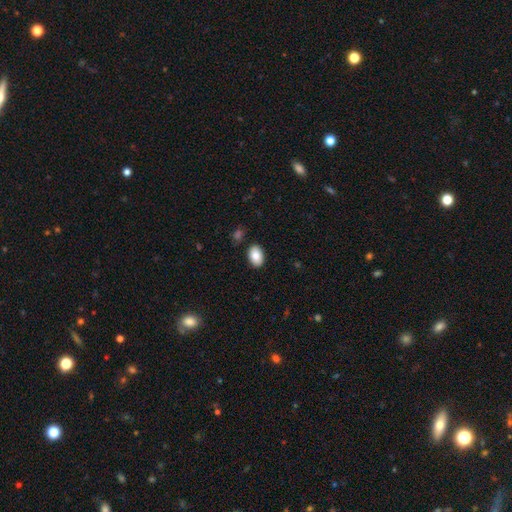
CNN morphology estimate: Smooth or featured: smooth — 84% (featured or disk — 9%)
How rounded: in between — 88% (round — 11%)
Merging: none — 88% (minor disturbance — 8%)